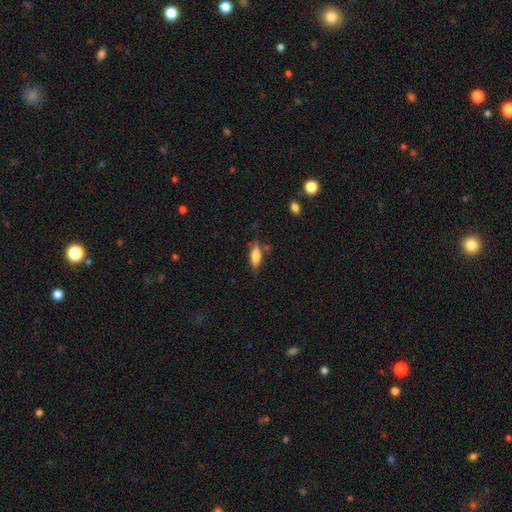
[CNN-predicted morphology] Smooth or featured?
  - smooth: 74% *
  - featured or disk: 19%
  - star or artifact: 7%
How rounded?
  - in between: 58% *
  - cigar-shaped: 40%
  - round: 2%
Merging?
  - none: 71% *
  - minor disturbance: 20%
  - major disturbance: 5%
  - merger: 5%